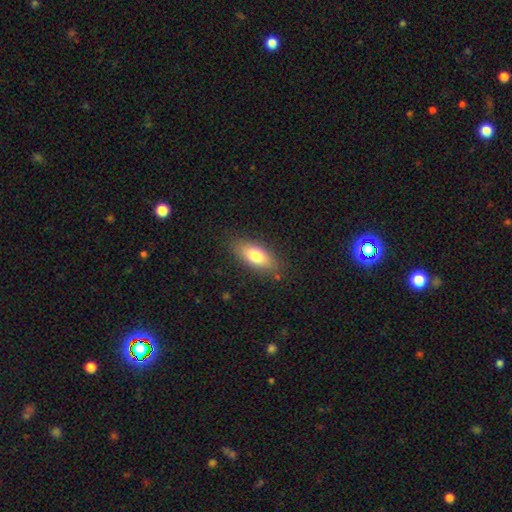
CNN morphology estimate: Smooth or featured?
  - smooth: 76% *
  - featured or disk: 17%
  - star or artifact: 7%
How rounded?
  - in between: 79% *
  - cigar-shaped: 17%
  - round: 3%
Merging?
  - none: 84% *
  - minor disturbance: 12%
  - major disturbance: 3%
  - merger: 1%